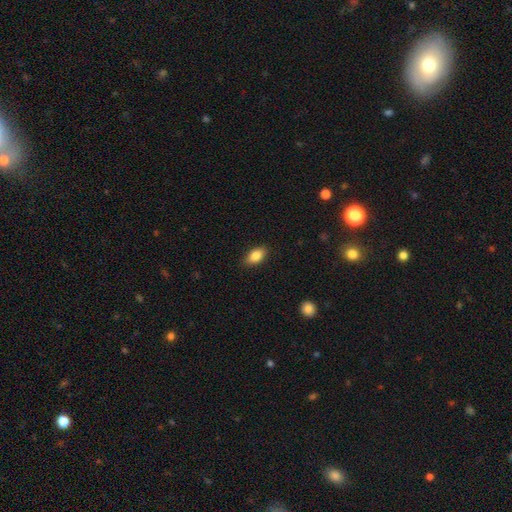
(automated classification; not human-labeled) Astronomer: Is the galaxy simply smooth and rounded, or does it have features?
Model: smooth — 84%.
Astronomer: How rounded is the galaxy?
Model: in between — 89%.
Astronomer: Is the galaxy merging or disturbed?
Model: none — 87%.